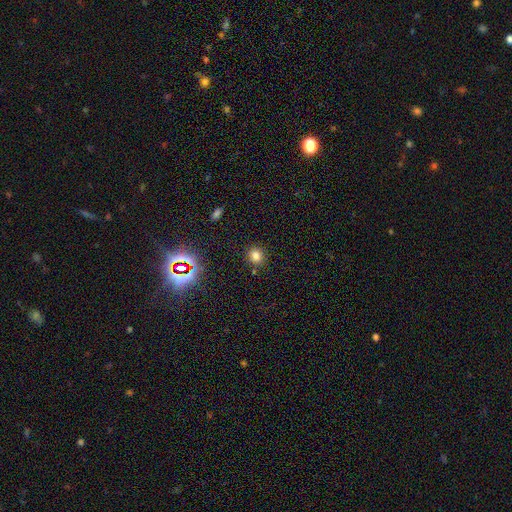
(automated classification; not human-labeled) This appears to be a smooth galaxy with no disk features (76%) that is round (81%). Merging: none (85%).